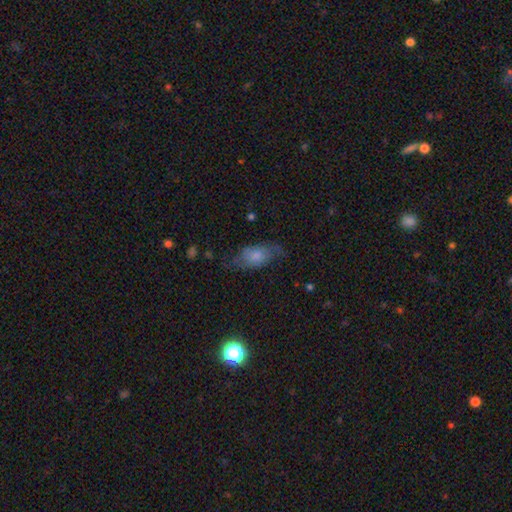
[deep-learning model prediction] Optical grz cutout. It shows a smooth galaxy with no disk features (61%) that is in between round and cigar-shaped (87%). Merging: none (53%).